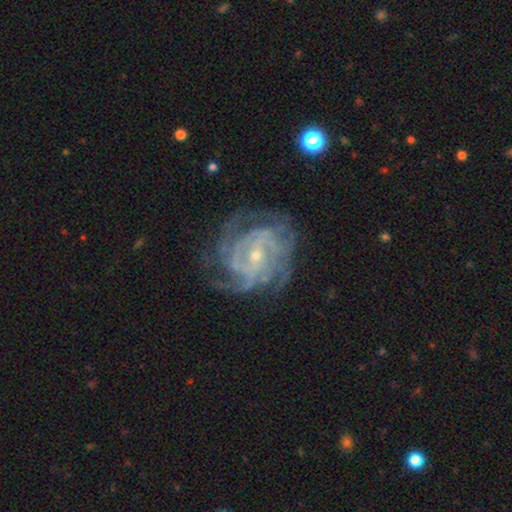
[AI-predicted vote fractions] Q: Smooth or featured?
A: featured or disk (89%); runner-up: star or artifact (6%)
Q: Edge-on disk?
A: no (97%); runner-up: yes (3%)
Q: Bar?
A: weak (43%); runner-up: no (39%)
Q: Spiral arms?
A: yes (97%); runner-up: no (3%)
Q: Spiral winding?
A: tight (61%); runner-up: medium (32%)
Q: Spiral arm count?
A: 4 (26%); runner-up: can't tell (24%)
Q: Bulge size?
A: small (75%); runner-up: moderate (21%)
Q: Merging?
A: none (69%); runner-up: minor disturbance (19%)